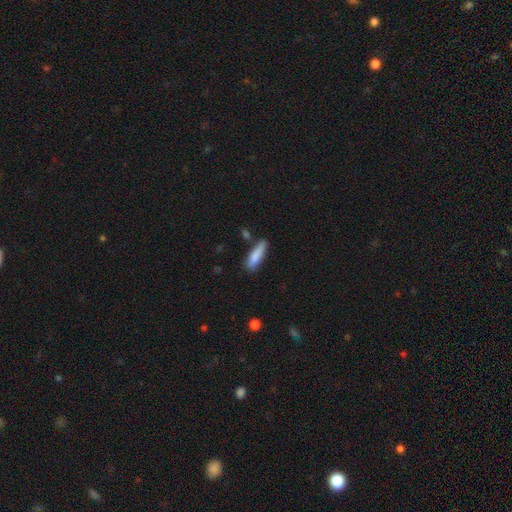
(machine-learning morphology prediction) This appears to be a smooth galaxy with no disk features (83%) that is cigar-shaped (70%). Merging: none (70%).